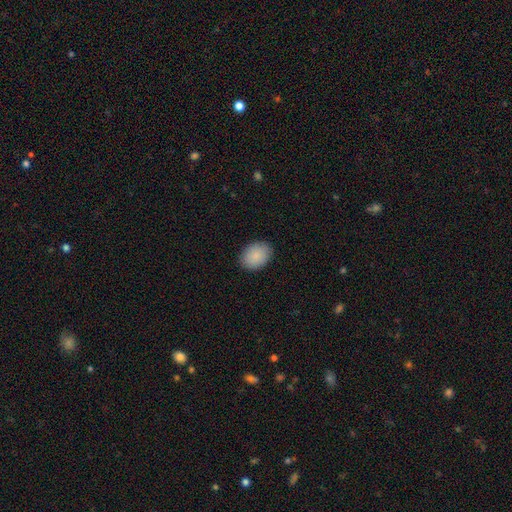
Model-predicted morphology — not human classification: smooth_or_featured: smooth (p=0.89) [alt: star or artifact p=0.07]
how_rounded: in between (p=0.70) [alt: round p=0.29]
merging: none (p=0.89) [alt: minor disturbance p=0.09]